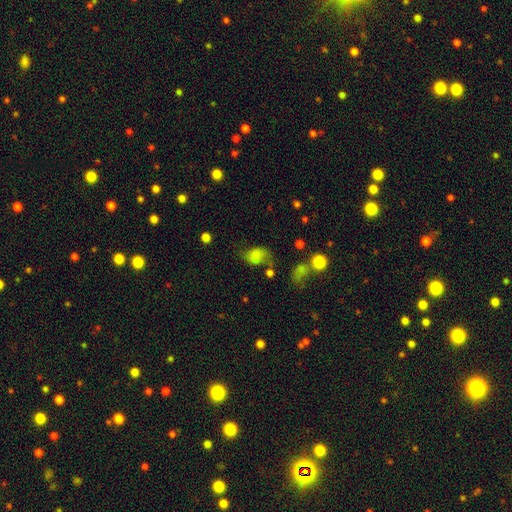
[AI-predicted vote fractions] smooth_or_featured: smooth (p=0.66) [alt: featured or disk p=0.19]
how_rounded: in between (p=0.73) [alt: round p=0.25]
merging: none (p=0.40) [alt: minor disturbance p=0.26]